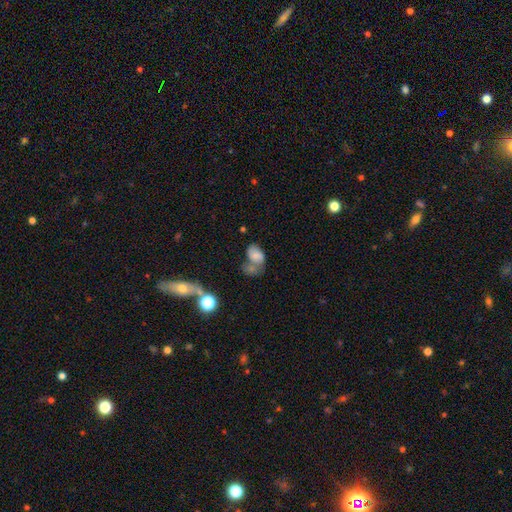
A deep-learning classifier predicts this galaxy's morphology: Smooth or featured: smooth — 66% (featured or disk — 23%)
How rounded: in between — 81% (round — 18%)
Merging: merger — 47% (none — 25%)